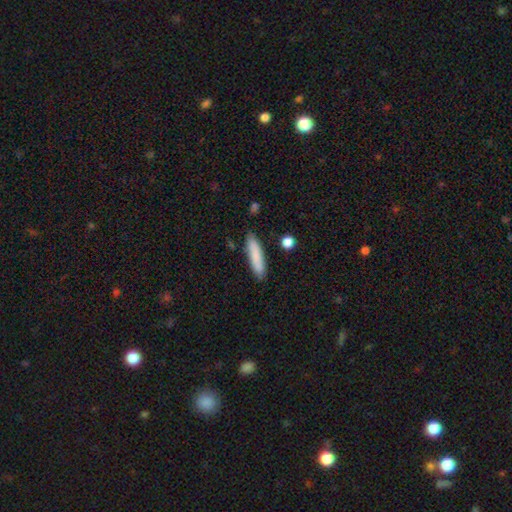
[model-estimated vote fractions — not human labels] smooth 83%, featured or disk 11%, star or artifact 6%. Down the decision tree: how rounded — cigar-shaped (81%); merging — none (86%).